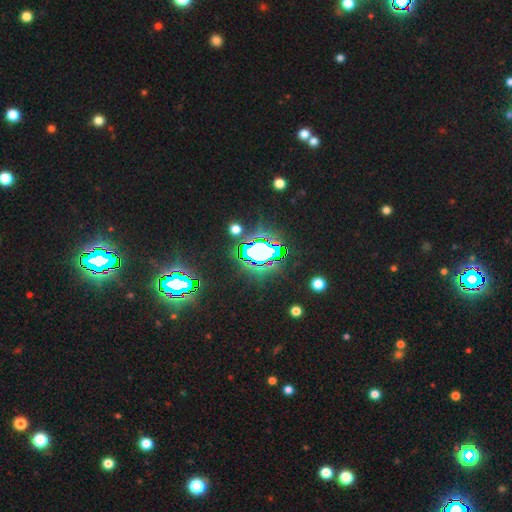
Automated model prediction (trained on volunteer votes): Smooth or featured? Predicted: star or artifact (p=0.83).